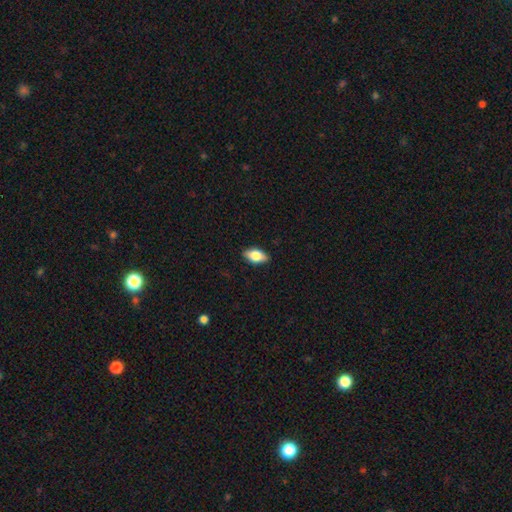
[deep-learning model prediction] This appears to be a smooth galaxy with no disk features (68%) that is in between round and cigar-shaped (86%). Merging: none (88%).